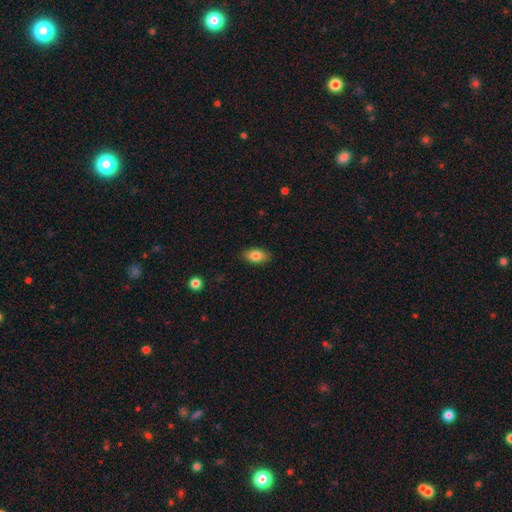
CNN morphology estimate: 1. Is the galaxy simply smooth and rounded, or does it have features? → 84% smooth, 9% featured or disk, 8% star or artifact.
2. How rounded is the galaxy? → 90% in between, 6% round, 4% cigar-shaped.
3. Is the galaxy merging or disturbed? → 88% none, 9% minor disturbance, 2% major disturbance, 1% merger.